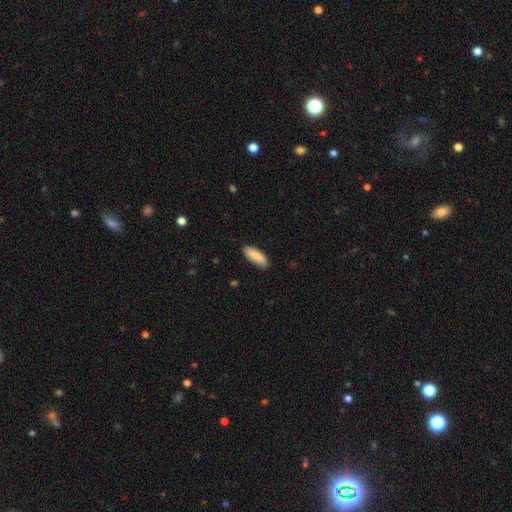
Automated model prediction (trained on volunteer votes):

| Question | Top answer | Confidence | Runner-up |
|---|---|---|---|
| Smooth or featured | smooth | 88% | featured or disk (7%) |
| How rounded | in between | 56% | cigar-shaped (43%) |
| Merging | none | 85% | minor disturbance (12%) |